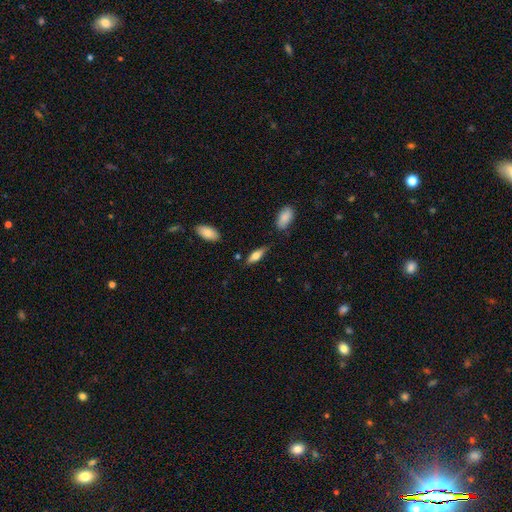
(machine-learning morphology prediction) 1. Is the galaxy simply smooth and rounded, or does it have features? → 66% smooth, 28% featured or disk, 7% star or artifact.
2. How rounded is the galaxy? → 59% in between, 39% cigar-shaped, 2% round.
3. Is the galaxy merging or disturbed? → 76% none, 16% minor disturbance, 4% major disturbance, 4% merger.